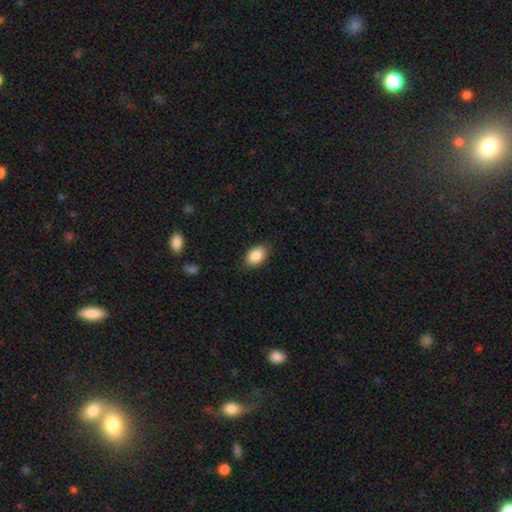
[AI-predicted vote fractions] A smooth galaxy with no disk features (87%) that is in between round and cigar-shaped (86%).

Vote fractions:
- Smooth or featured? smooth: 87% / star or artifact: 7% / featured or disk: 6%
- How rounded? in between: 86% / round: 13% / cigar-shaped: 1%
- Merging? none: 83% / minor disturbance: 13% / major disturbance: 3% / merger: 1%